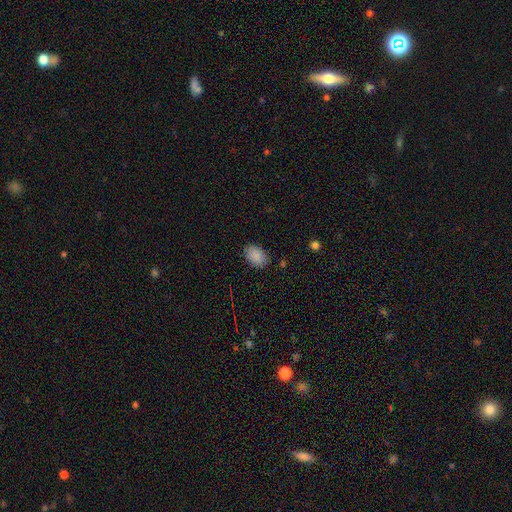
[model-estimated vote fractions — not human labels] smooth-or-featured: smooth: 88% | star or artifact: 8% | featured or disk: 4%
  how-rounded: in between: 86% | round: 13% | cigar-shaped: 1%
  merging: none: 84% | minor disturbance: 12% | major disturbance: 3% | merger: 1%